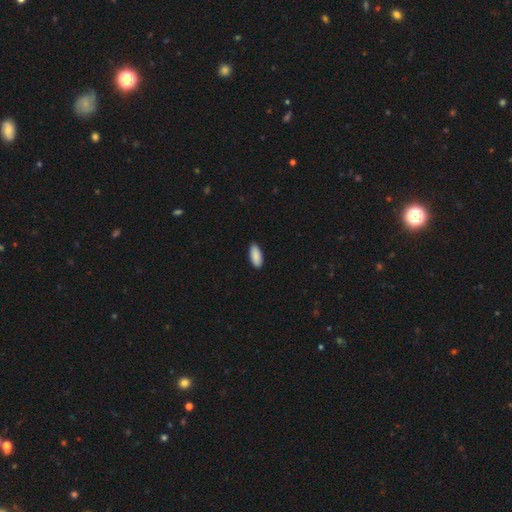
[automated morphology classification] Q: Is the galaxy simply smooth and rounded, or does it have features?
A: smooth — 91%.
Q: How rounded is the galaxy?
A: in between — 86%.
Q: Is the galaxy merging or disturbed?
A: none — 88%.